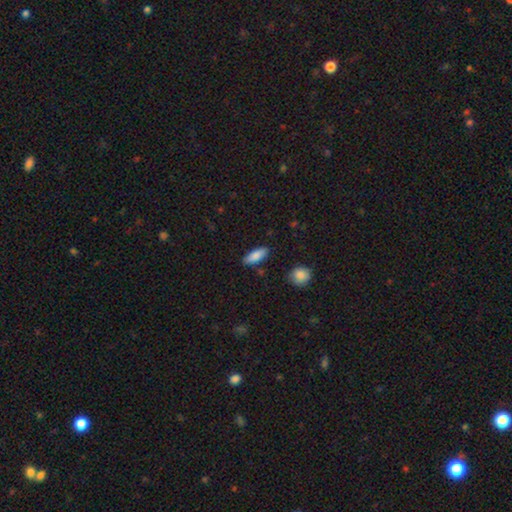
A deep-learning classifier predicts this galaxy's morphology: This appears to be a smooth galaxy with no disk features (85%) that is in between round and cigar-shaped (72%). Merging: none (85%).